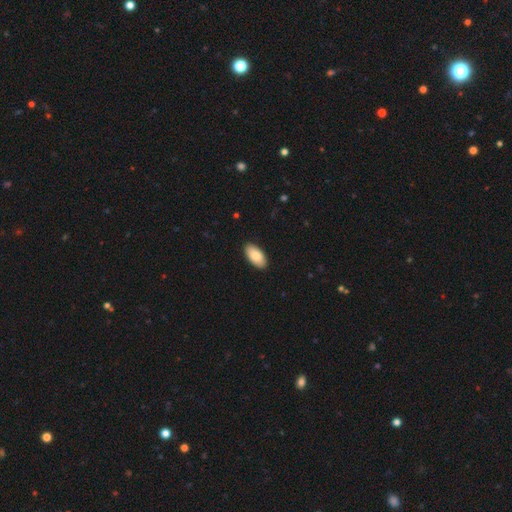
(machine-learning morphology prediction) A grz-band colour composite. It shows a smooth galaxy with no disk features (87%) that is in between round and cigar-shaped (95%). Merging: none (90%).